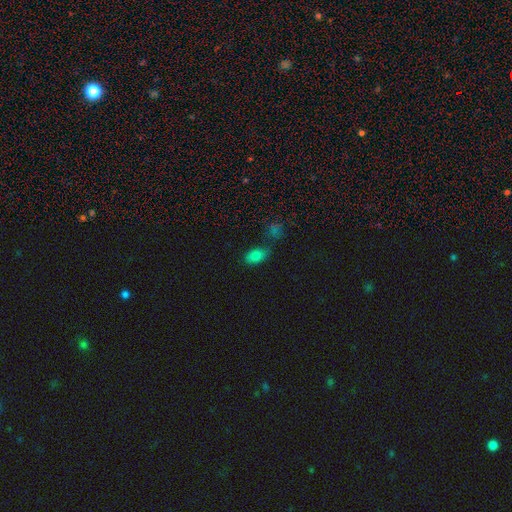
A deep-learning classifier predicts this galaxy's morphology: The model was most divided on "merging": none: 63%, minor disturbance: 18%, merger: 14%, major disturbance: 6%. More confident: how rounded — in between (89%); smooth or featured — smooth (79%).